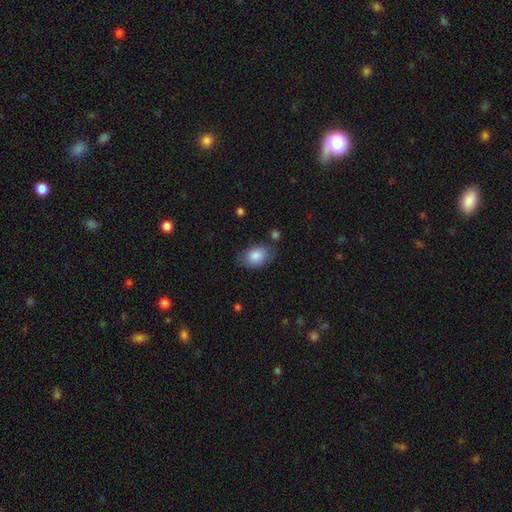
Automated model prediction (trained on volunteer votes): Smooth or featured? Predicted: smooth (p=0.85). How rounded? Predicted: in between (p=0.85). Merging? Predicted: none (p=0.69).